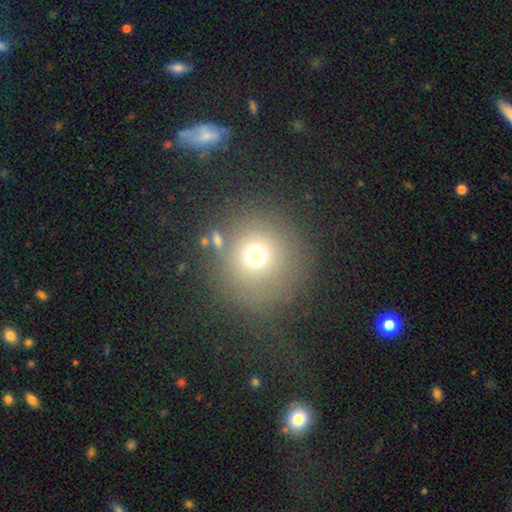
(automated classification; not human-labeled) smooth 69%, star or artifact 19%, featured or disk 12%. Down the decision tree: how rounded — round (92%); merging — none (75%).